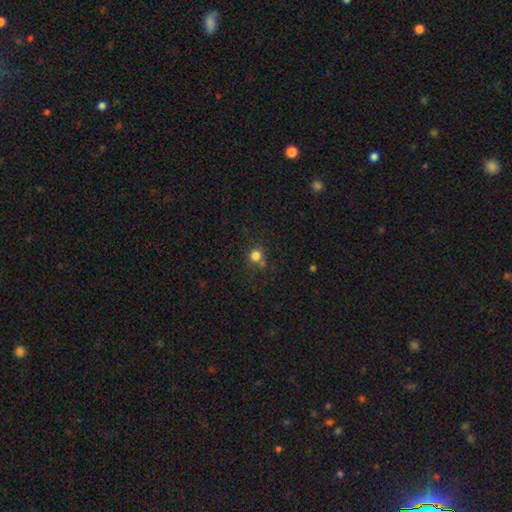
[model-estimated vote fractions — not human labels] Q: Smooth or featured?
A: smooth (79%); runner-up: star or artifact (15%)
Q: How rounded?
A: round (87%); runner-up: in between (12%)
Q: Merging?
A: none (68%); runner-up: merger (15%)